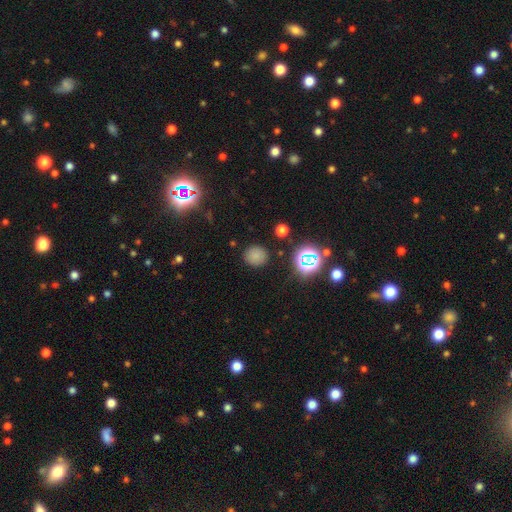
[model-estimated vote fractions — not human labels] Smooth or featured: smooth — 73% (star or artifact — 21%)
How rounded: round — 89% (in between — 10%)
Merging: none — 87% (minor disturbance — 9%)